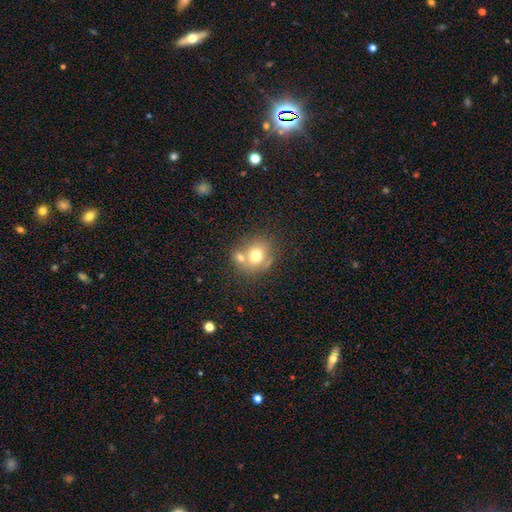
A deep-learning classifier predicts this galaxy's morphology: A smooth galaxy with no disk features (68%) that is round (71%).

Vote fractions:
- Smooth or featured? smooth: 68% / featured or disk: 21% / star or artifact: 11%
- How rounded? round: 71% / in between: 28% / cigar-shaped: 1%
- Merging? none: 43% / merger: 40% / minor disturbance: 12% / major disturbance: 5%